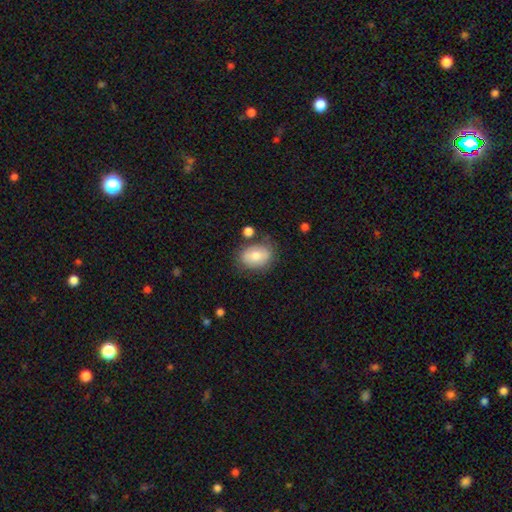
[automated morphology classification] A smooth galaxy with no disk features (70%) that is in between round and cigar-shaped (76%). Merging: none (71%).